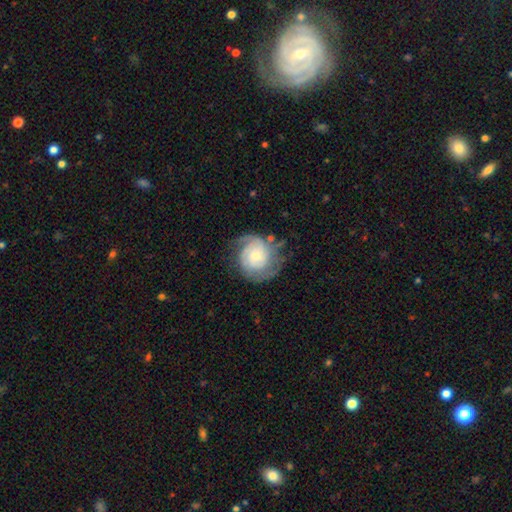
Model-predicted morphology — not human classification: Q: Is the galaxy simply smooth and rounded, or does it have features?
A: featured or disk — 78%.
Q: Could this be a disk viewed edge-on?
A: no — 98%.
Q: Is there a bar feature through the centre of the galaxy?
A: no — 70%.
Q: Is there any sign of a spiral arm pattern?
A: yes — 94%.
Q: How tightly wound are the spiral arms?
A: tight — 61%.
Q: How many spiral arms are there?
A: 2 — 38%.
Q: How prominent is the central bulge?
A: small — 47%.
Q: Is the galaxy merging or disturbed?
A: none — 62%.